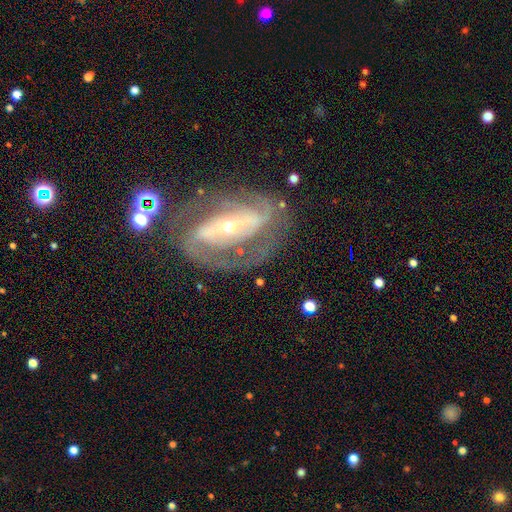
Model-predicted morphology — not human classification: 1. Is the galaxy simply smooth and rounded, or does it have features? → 84% featured or disk, 8% smooth, 8% star or artifact.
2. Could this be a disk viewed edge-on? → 93% no, 7% yes.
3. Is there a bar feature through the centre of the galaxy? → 48% strong, 26% weak, 25% no.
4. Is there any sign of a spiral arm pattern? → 89% yes, 11% no.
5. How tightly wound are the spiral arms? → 50% tight, 37% medium, 12% loose.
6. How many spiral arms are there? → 62% 2, 18% can't tell, 9% 3, 5% 1, 3% 4, 3% more than 4.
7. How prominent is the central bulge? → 63% small, 33% moderate, 2% large, 1% none, 1% dominant.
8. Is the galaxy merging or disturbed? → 67% none, 17% minor disturbance, 13% major disturbance, 4% merger.